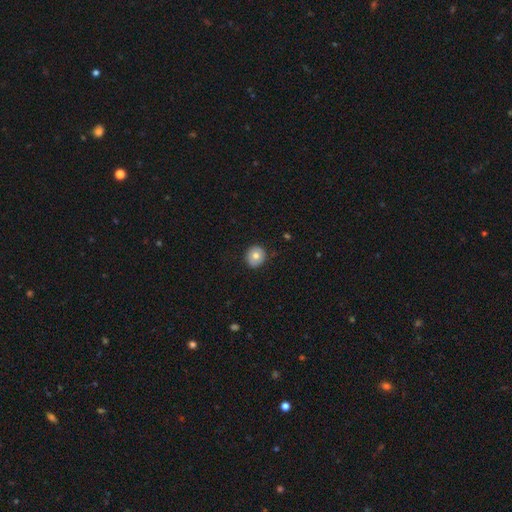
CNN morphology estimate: The model was most divided on "smooth or featured": smooth: 74%, featured or disk: 18%, star or artifact: 8%. More confident: merging — none (88%); how rounded — round (86%).